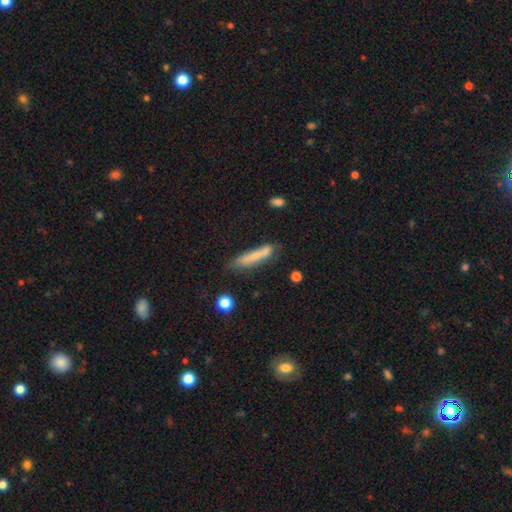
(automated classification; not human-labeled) A smooth galaxy with no disk features (67%) that is cigar-shaped (87%).

Vote fractions:
- Smooth or featured? smooth: 67% / featured or disk: 25% / star or artifact: 8%
- How rounded? cigar-shaped: 87% / in between: 11% / round: 2%
- Merging? none: 63% / minor disturbance: 24% / major disturbance: 7% / merger: 5%